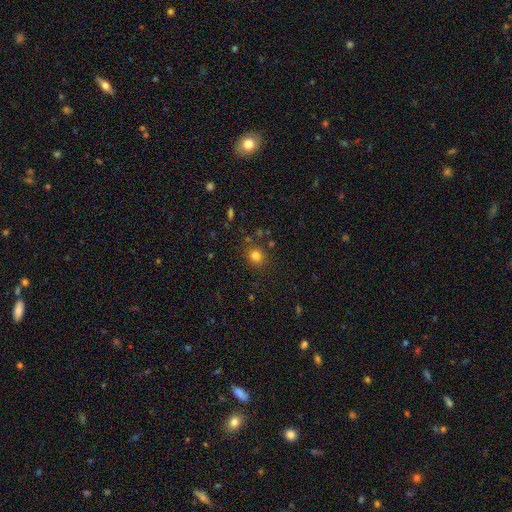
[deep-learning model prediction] Smooth or featured?
  - smooth: 79% *
  - star or artifact: 15%
  - featured or disk: 6%
How rounded?
  - round: 83% *
  - in between: 17%
  - cigar-shaped: 1%
Merging?
  - none: 83% *
  - minor disturbance: 9%
  - merger: 4%
  - major disturbance: 3%